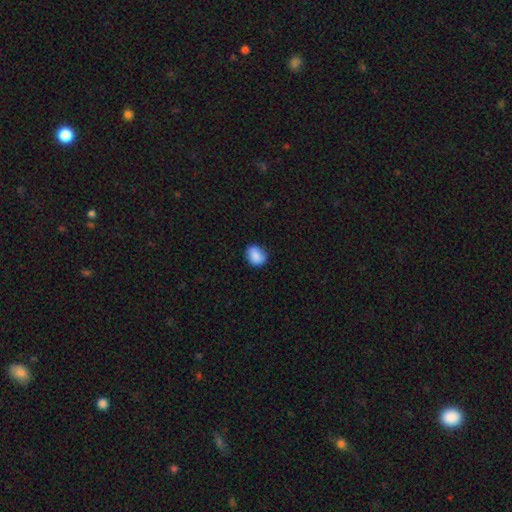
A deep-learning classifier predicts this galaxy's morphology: smooth-or-featured: smooth: 86% | star or artifact: 8% | featured or disk: 7%
  how-rounded: in between: 50% | round: 48% | cigar-shaped: 1%
  merging: none: 79% | minor disturbance: 17% | major disturbance: 3% | merger: 1%